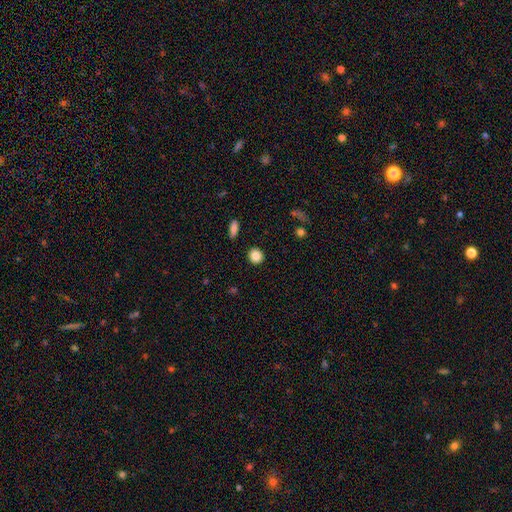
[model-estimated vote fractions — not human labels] smooth_or_featured: smooth (p=0.86) [alt: star or artifact p=0.09]
how_rounded: round (p=0.86) [alt: in between p=0.13]
merging: none (p=0.91) [alt: minor disturbance p=0.05]